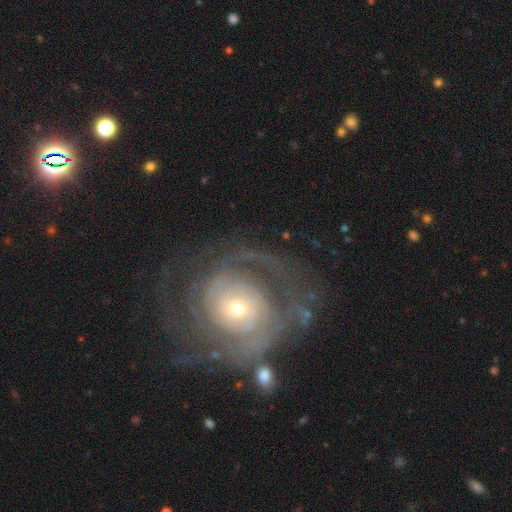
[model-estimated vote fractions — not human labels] A featured or disk galaxy (85%) with no bar (74%), tight (61%) spiral arms (92%) and a small central bulge (57%).

Vote fractions:
- Smooth or featured? featured or disk: 85% / smooth: 9% / star or artifact: 7%
- Edge-on disk? no: 97% / yes: 3%
- Bar? no: 74% / weak: 19% / strong: 7%
- Spiral arms? yes: 92% / no: 8%
- Spiral winding? tight: 61% / medium: 29% / loose: 10%
- Spiral arm count? can't tell: 32% / 2: 31% / 3: 15% / 4: 9% / 1: 7% / more than 4: 7%
- Bulge size? small: 57% / moderate: 36% / large: 5% / dominant: 1% / none: 1%
- Merging? none: 64% / major disturbance: 18% / minor disturbance: 15% / merger: 3%